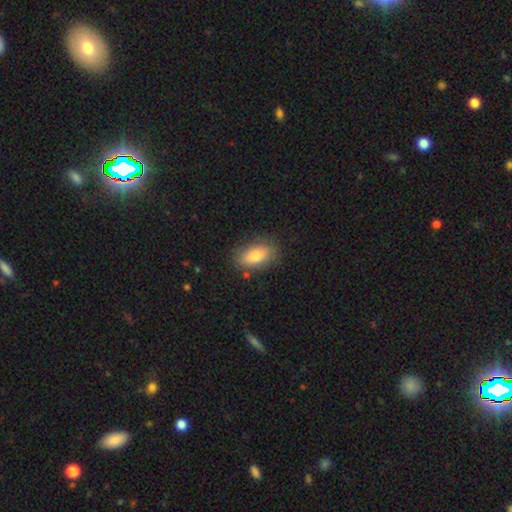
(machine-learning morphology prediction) Smooth or featured? Predicted: smooth (p=0.80). How rounded? Predicted: in between (p=0.87). Merging? Predicted: none (p=0.83).